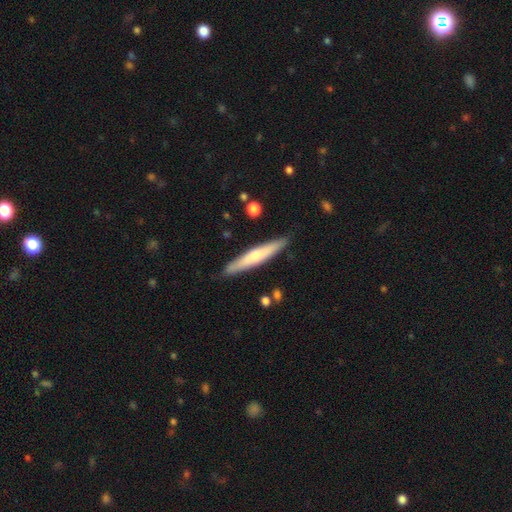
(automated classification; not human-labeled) Morphology: type=smooth (55%); roundness=cigar-shaped (92%); merging=none (88%).